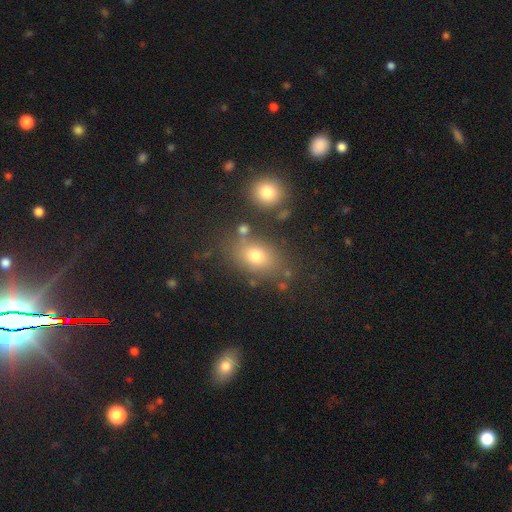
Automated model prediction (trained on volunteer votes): Smooth or featured? Predicted: smooth (p=0.71). How rounded? Predicted: in between (p=0.72). Merging? Predicted: none (p=0.73).